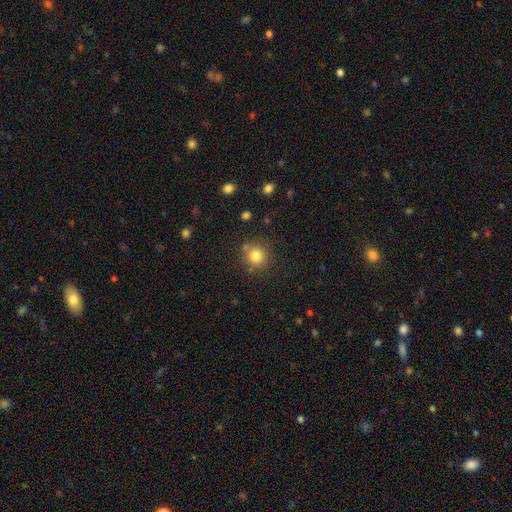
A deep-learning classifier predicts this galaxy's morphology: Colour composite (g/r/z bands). It shows a smooth galaxy with no disk features (82%) that is round (90%). Merging: none (79%).